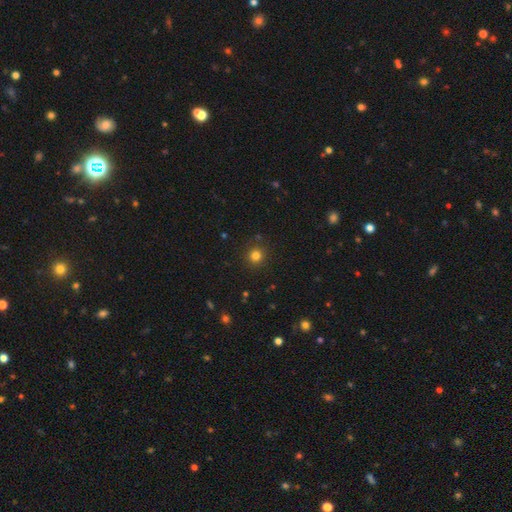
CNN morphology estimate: Smooth or featured?
  - smooth: 80% *
  - star or artifact: 15%
  - featured or disk: 5%
How rounded?
  - round: 93% *
  - in between: 6%
  - cigar-shaped: 1%
Merging?
  - none: 90% *
  - minor disturbance: 6%
  - major disturbance: 2%
  - merger: 2%